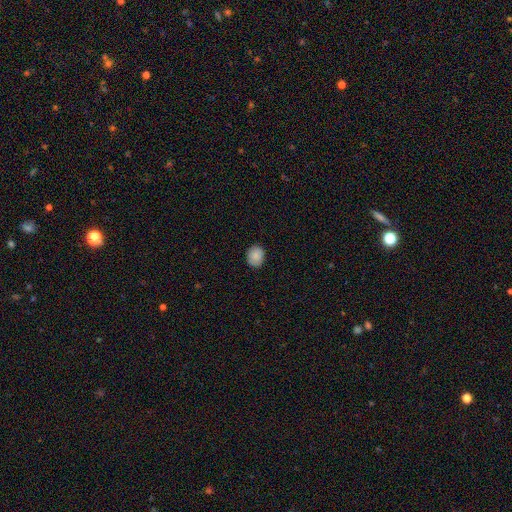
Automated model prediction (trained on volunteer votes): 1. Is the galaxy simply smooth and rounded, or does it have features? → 88% smooth, 8% star or artifact, 4% featured or disk.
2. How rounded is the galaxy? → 57% round, 42% in between, 1% cigar-shaped.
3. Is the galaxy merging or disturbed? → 87% none, 10% minor disturbance, 2% major disturbance, 1% merger.